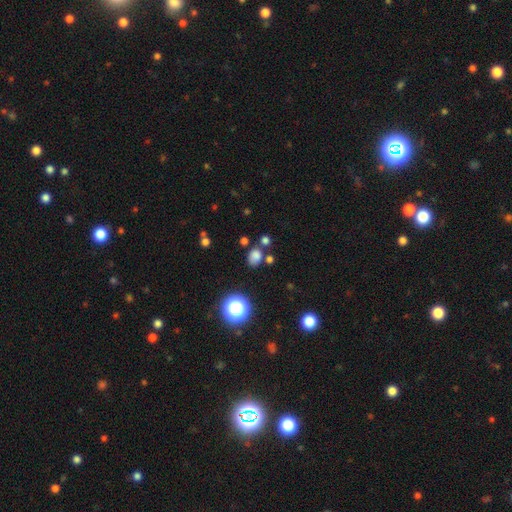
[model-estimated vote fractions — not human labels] This appears to be a smooth galaxy with no disk features (74%) that is in between round and cigar-shaped (56%). Merging: none (70%).